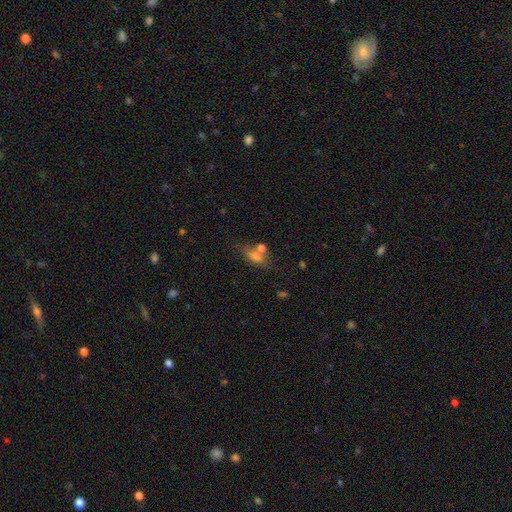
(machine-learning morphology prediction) Smooth or featured? smooth (66%)
How rounded? in between (73%)
Merging? none (48%)